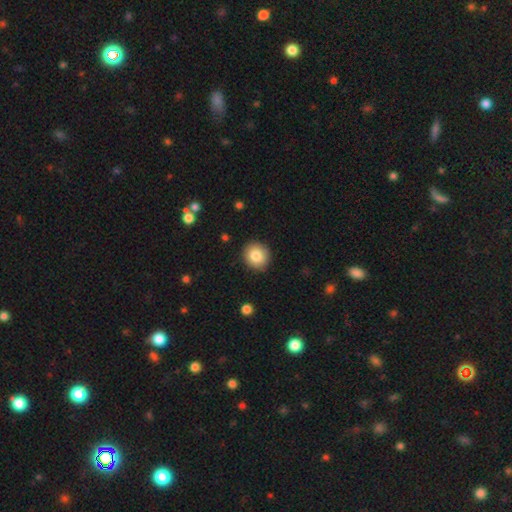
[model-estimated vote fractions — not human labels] A smooth galaxy with no disk features (83%) that is round (89%). Merging: none (91%).